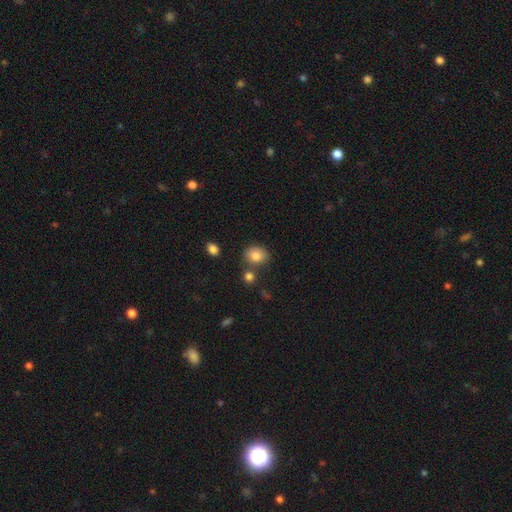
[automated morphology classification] Smooth or featured? smooth (82%)
How rounded? round (55%)
Merging? none (69%)